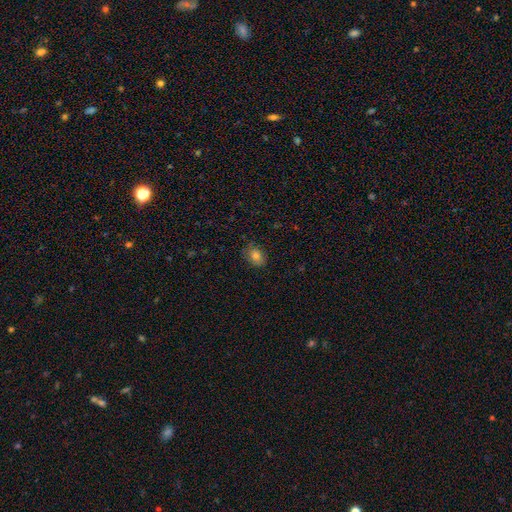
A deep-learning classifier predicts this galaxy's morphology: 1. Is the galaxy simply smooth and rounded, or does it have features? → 80% smooth, 11% star or artifact, 9% featured or disk.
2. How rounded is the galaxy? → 70% in between, 29% round, 1% cigar-shaped.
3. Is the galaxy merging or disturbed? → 81% none, 15% minor disturbance, 3% major disturbance, 1% merger.